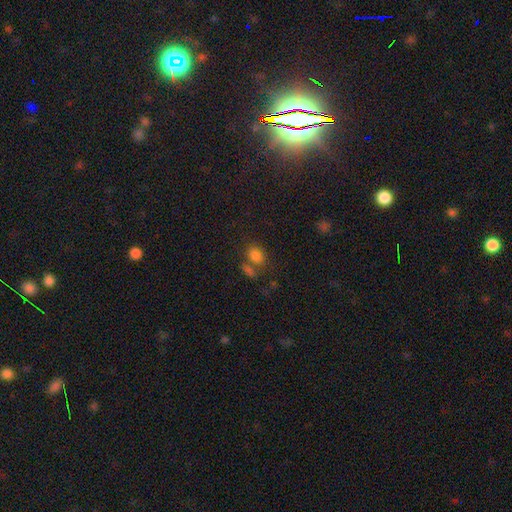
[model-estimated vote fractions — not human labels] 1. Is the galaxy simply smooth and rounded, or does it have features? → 78% smooth, 15% star or artifact, 7% featured or disk.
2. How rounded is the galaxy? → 70% in between, 28% round, 2% cigar-shaped.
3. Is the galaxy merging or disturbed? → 53% none, 27% merger, 14% minor disturbance, 6% major disturbance.